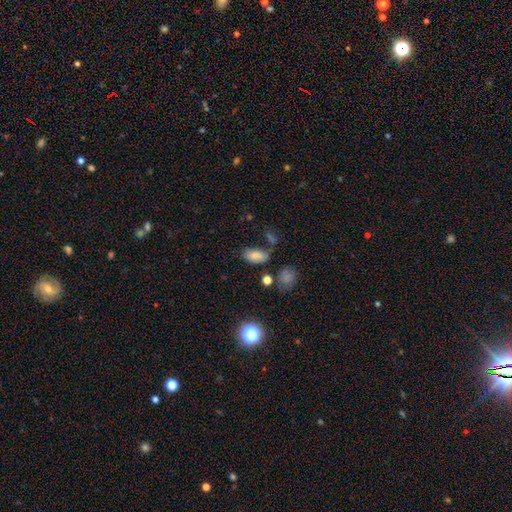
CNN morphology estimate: smooth_or_featured: smooth (p=0.80) [alt: star or artifact p=0.11]
how_rounded: in between (p=0.92) [alt: round p=0.05]
merging: none (p=0.62) [alt: minor disturbance p=0.20]